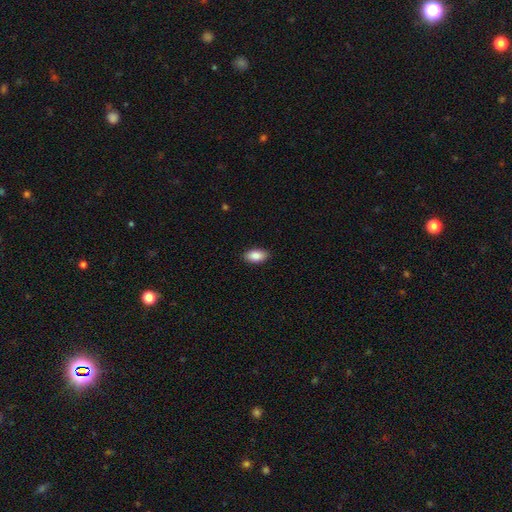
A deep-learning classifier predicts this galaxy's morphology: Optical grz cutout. It shows a smooth galaxy with no disk features (88%) that is in between round and cigar-shaped (93%). Merging: none (89%).